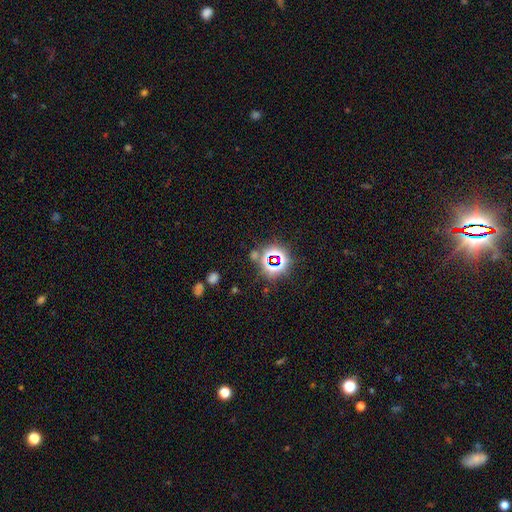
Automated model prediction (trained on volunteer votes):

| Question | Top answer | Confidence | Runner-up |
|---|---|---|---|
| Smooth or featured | star or artifact | 73% | smooth (19%) |